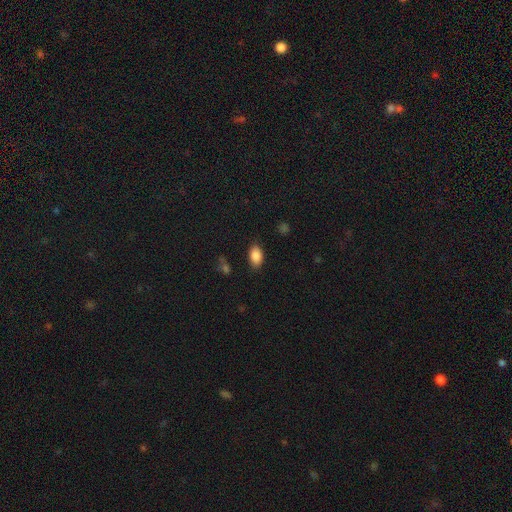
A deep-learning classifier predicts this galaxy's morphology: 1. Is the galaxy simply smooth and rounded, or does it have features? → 87% smooth, 8% star or artifact, 5% featured or disk.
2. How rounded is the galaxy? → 90% in between, 8% round, 2% cigar-shaped.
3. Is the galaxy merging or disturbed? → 82% none, 13% minor disturbance, 3% major disturbance, 1% merger.